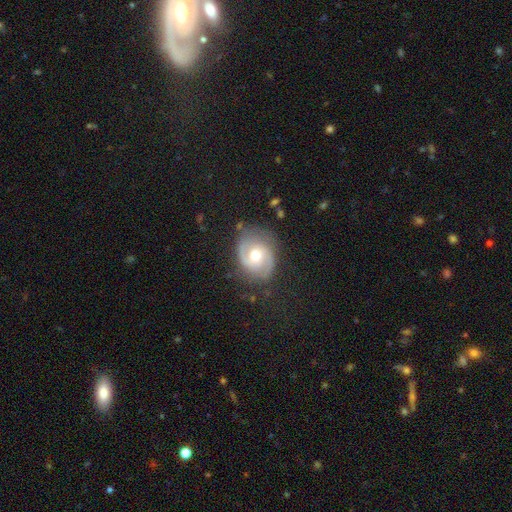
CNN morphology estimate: This is likely a featured or disk galaxy (78%). It is clearly not viewed edge-on (97%). Bar: possibly no (56%). Spiral arm pattern: clearly yes (93%). Spiral arm count: clearly 2 (86%). Spiral winding: possibly medium (50%). Central bulge: likely moderate (70%). Merging: likely none (75%).